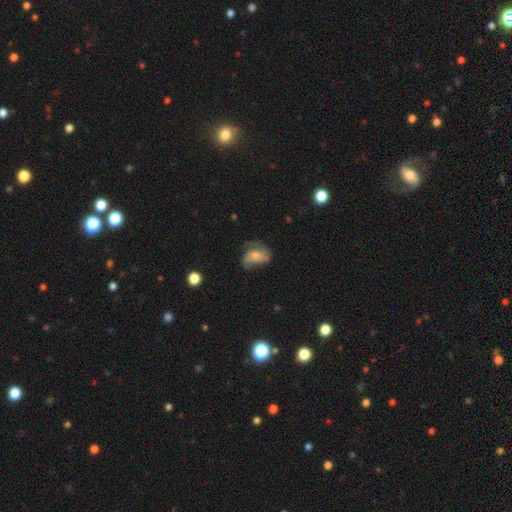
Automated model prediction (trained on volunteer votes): A featured or disk galaxy (54%) with no bar (69%), spiral arms (80%) and a small central bulge (46%). Merging: none (41%).